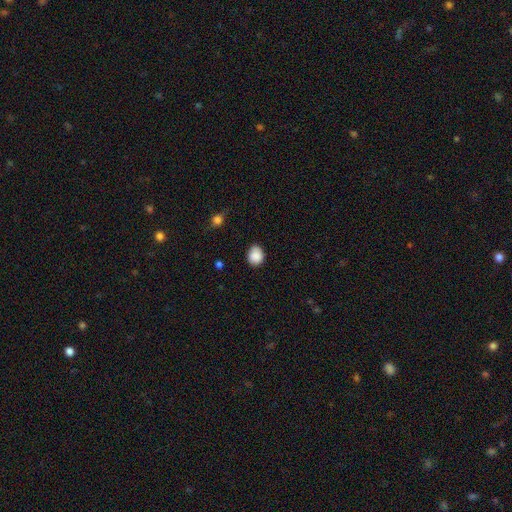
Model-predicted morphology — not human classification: Smooth or featured? smooth (88%)
How rounded? round (60%)
Merging? none (78%)